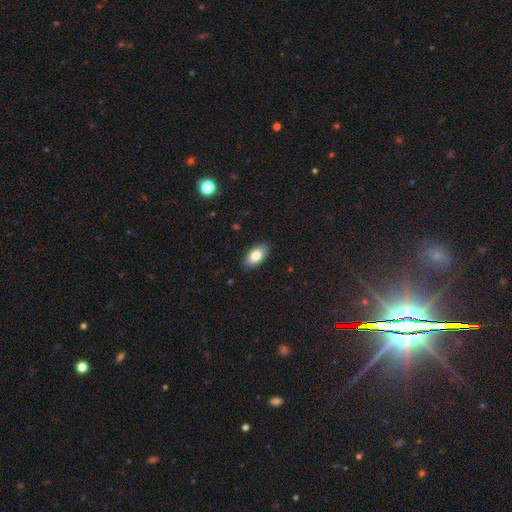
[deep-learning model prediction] A smooth galaxy with no disk features (81%) that is in between round and cigar-shaped (94%).

Vote fractions:
- Smooth or featured? smooth: 81% / featured or disk: 12% / star or artifact: 7%
- How rounded? in between: 94% / round: 4% / cigar-shaped: 2%
- Merging? none: 88% / minor disturbance: 9% / major disturbance: 2% / merger: 1%